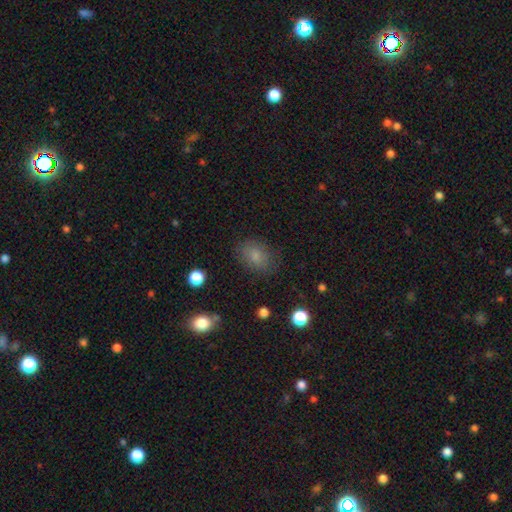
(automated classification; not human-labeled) Smooth or featured?
  - smooth: 79% *
  - star or artifact: 11%
  - featured or disk: 10%
How rounded?
  - in between: 73% *
  - round: 25%
  - cigar-shaped: 1%
Merging?
  - none: 78% *
  - minor disturbance: 15%
  - major disturbance: 5%
  - merger: 2%